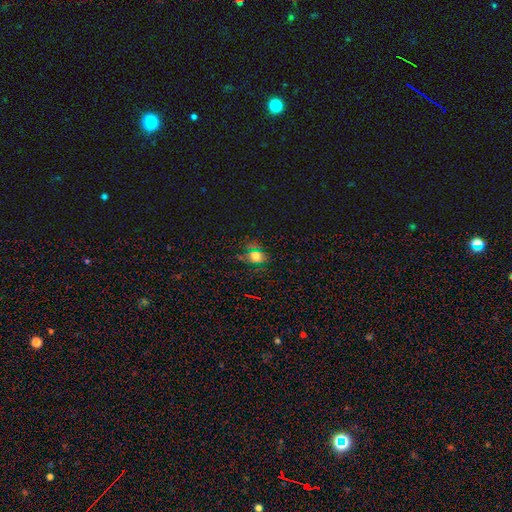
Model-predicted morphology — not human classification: This is possibly a smooth galaxy (56%). How rounded: possibly in between (53%). Merging: likely none (73%).